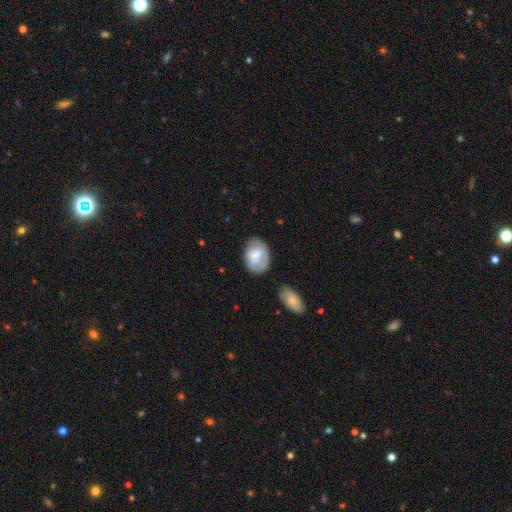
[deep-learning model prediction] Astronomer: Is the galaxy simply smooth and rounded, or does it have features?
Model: smooth — 73%.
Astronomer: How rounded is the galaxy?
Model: in between — 80%.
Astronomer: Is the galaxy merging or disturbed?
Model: none — 66%.